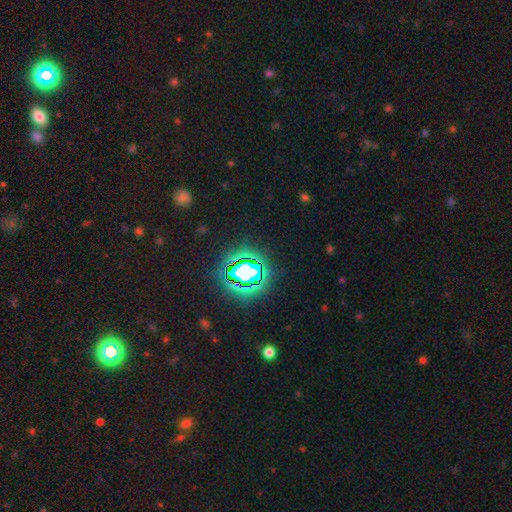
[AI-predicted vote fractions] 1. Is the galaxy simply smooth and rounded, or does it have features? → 82% star or artifact, 12% smooth, 6% featured or disk.